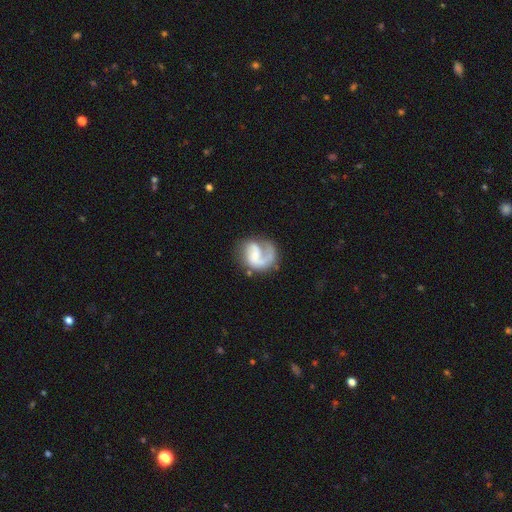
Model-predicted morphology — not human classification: smooth_or_featured: featured or disk (p=0.76) [alt: smooth p=0.18]
disk_edge_on: no (p=0.98) [alt: yes p=0.02]
bar: no (p=0.46) [alt: weak p=0.43]
has_spiral_arms: yes (p=0.92) [alt: no p=0.08]
spiral_winding: medium (p=0.42) [alt: loose p=0.37]
spiral_arm_count: 1 (p=0.64) [alt: 2 p=0.28]
bulge_size: none (p=0.35) [alt: small p=0.33]
merging: none (p=0.49) [alt: major disturbance p=0.29]